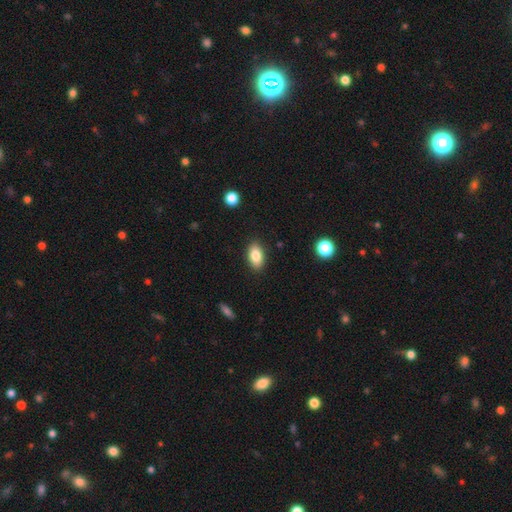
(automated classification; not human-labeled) Q: Smooth or featured?
A: smooth (84%); runner-up: featured or disk (9%)
Q: How rounded?
A: in between (91%); runner-up: round (6%)
Q: Merging?
A: none (89%); runner-up: minor disturbance (8%)